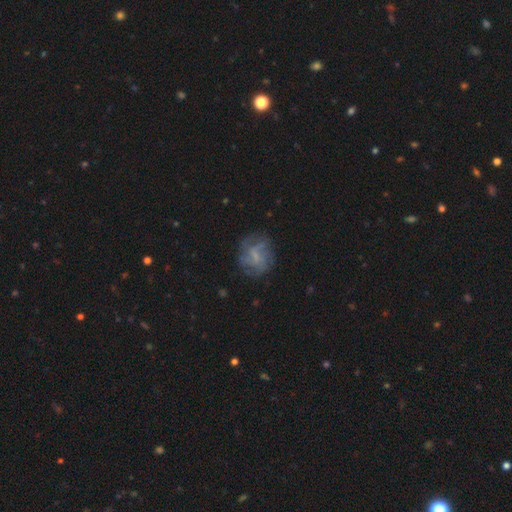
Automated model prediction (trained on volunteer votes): Morphology: type=featured or disk (57%); edge-on=no (97%); bar=weak (47%); spiral arms=yes (72%); bulge=none (41%); merging=none (68%).